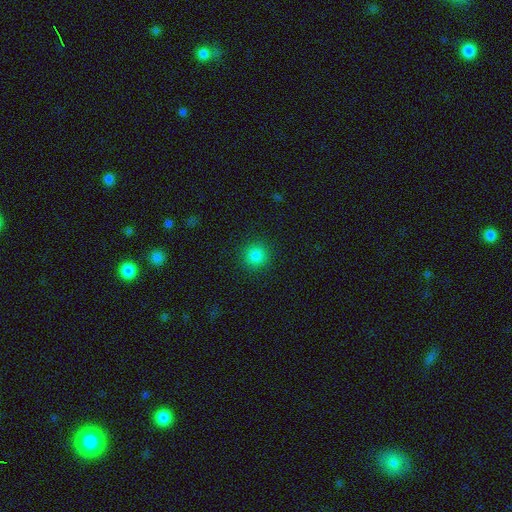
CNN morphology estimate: The model was most divided on "smooth or featured": smooth: 84%, star or artifact: 13%, featured or disk: 3%. More confident: how rounded — round (94%); merging — none (92%).